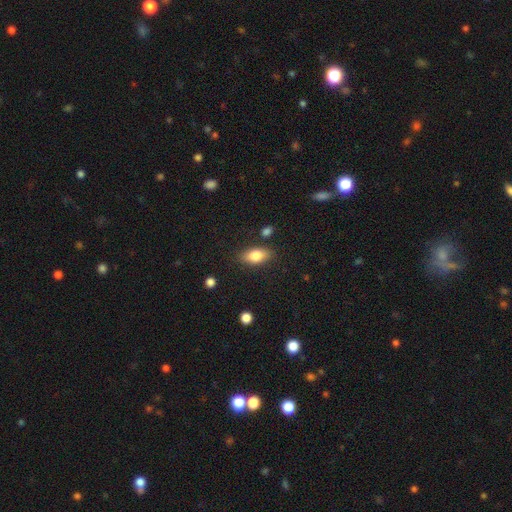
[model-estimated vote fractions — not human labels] Smooth or featured? smooth (78%)
How rounded? in between (86%)
Merging? none (83%)